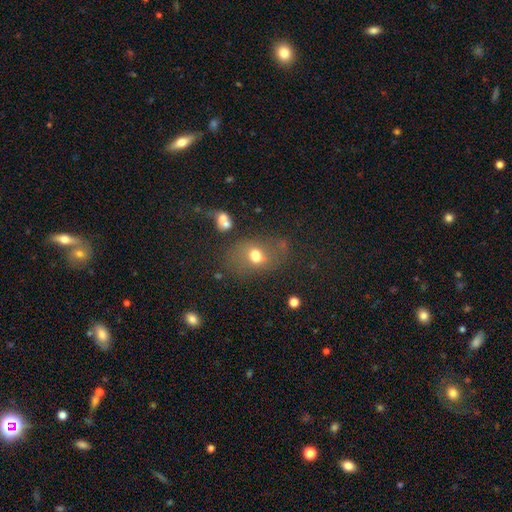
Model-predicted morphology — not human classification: smooth 60%, featured or disk 26%, star or artifact 14%. Down the decision tree: how rounded — in between (70%); merging — none (53%).